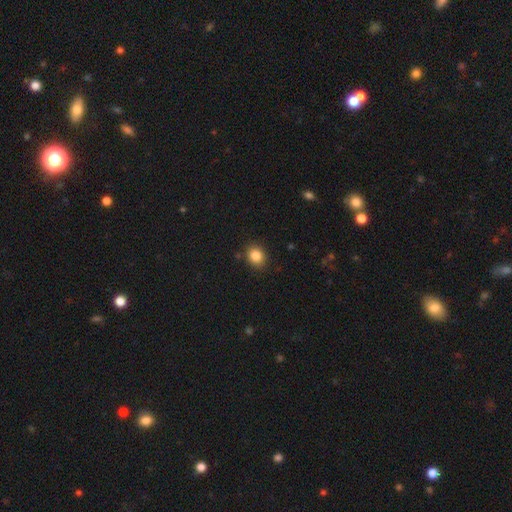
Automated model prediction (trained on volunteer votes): smooth-or-featured: smooth: 85% | star or artifact: 10% | featured or disk: 5%
  how-rounded: round: 64% | in between: 35% | cigar-shaped: 1%
  merging: none: 86% | minor disturbance: 9% | major disturbance: 3% | merger: 2%